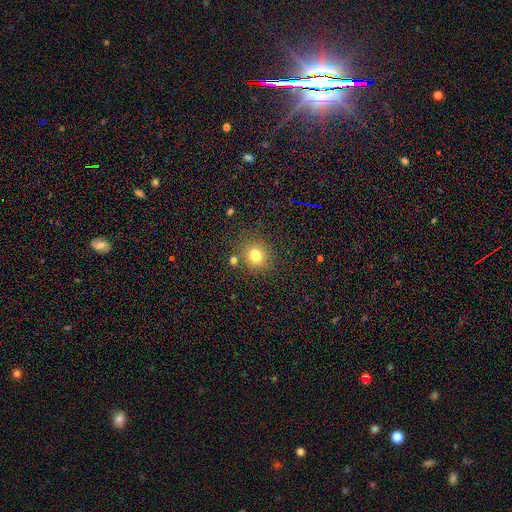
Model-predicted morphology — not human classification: This appears to be a smooth galaxy with no disk features (75%) that is round (80%). Merging: none (78%).